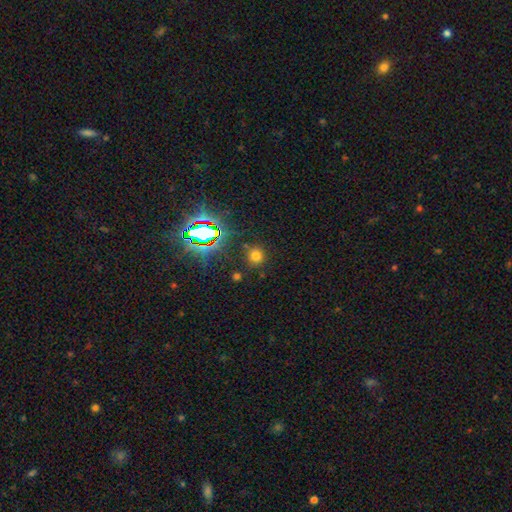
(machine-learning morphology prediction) smooth-or-featured: smooth: 66% | star or artifact: 27% | featured or disk: 7%
  how-rounded: round: 86% | in between: 13% | cigar-shaped: 1%
  merging: none: 84% | minor disturbance: 8% | merger: 4% | major disturbance: 4%